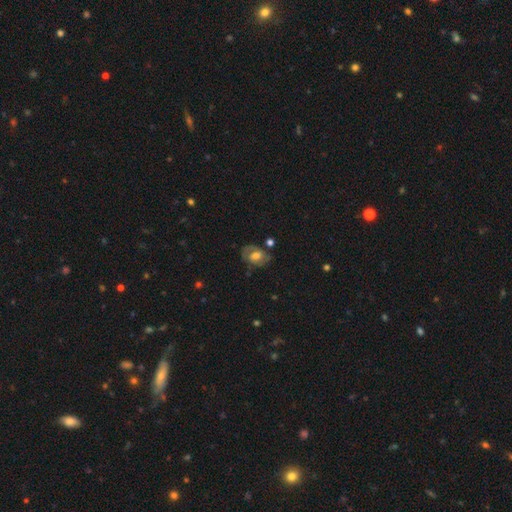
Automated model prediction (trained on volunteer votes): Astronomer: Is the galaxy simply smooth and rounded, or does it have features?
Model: featured or disk — 49% (runner-up: smooth, 42%).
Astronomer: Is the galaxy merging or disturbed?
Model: none — 62%.